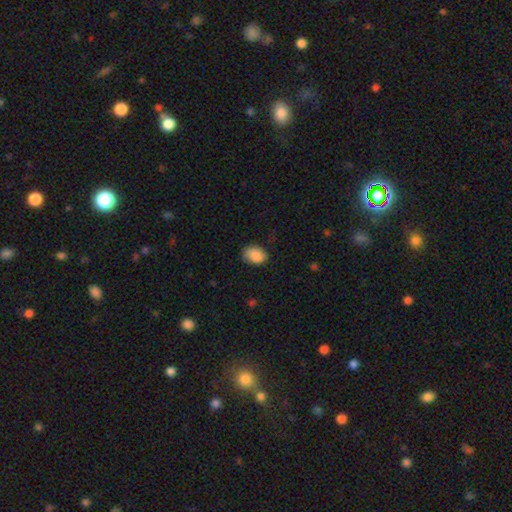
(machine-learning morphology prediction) This is clearly a smooth galaxy (88%). How rounded: likely in between (73%). Merging: likely none (71%).